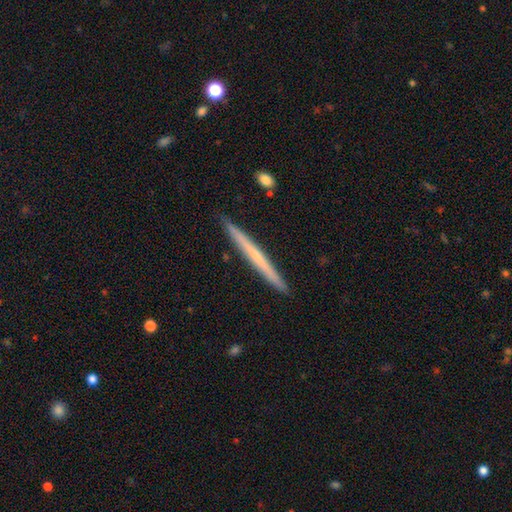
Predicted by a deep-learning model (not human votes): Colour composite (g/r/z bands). It shows a featured or disk galaxy (50%) viewed edge-on (97%). Merging: none (91%).